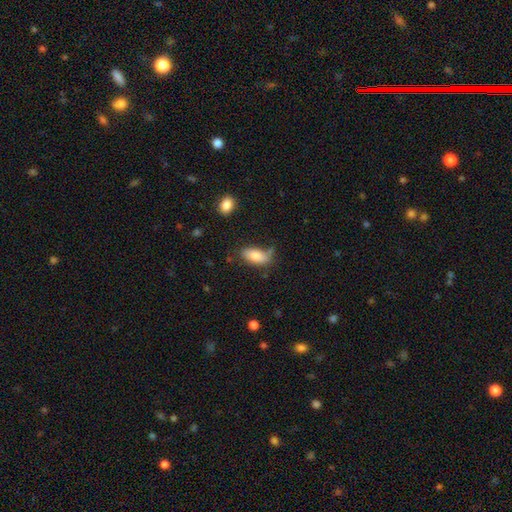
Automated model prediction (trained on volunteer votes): A smooth galaxy with no disk features (80%) that is in between round and cigar-shaped (89%).

Vote fractions:
- Smooth or featured? smooth: 80% / featured or disk: 13% / star or artifact: 7%
- How rounded? in between: 89% / cigar-shaped: 8% / round: 3%
- Merging? none: 58% / minor disturbance: 27% / major disturbance: 10% / merger: 6%